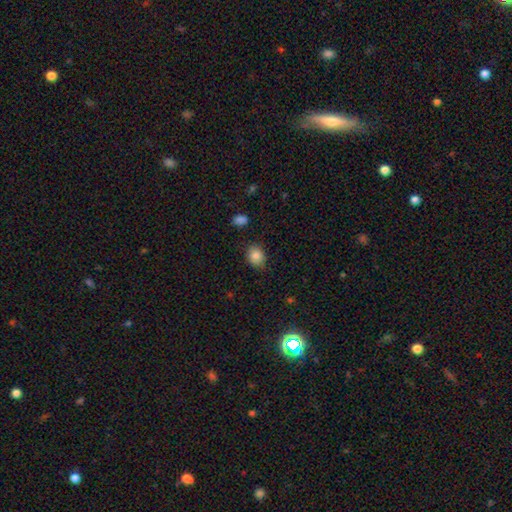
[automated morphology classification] smooth_or_featured: smooth (p=0.85) [alt: star or artifact p=0.09]
how_rounded: round (p=0.51) [alt: in between p=0.48]
merging: none (p=0.77) [alt: minor disturbance p=0.18]